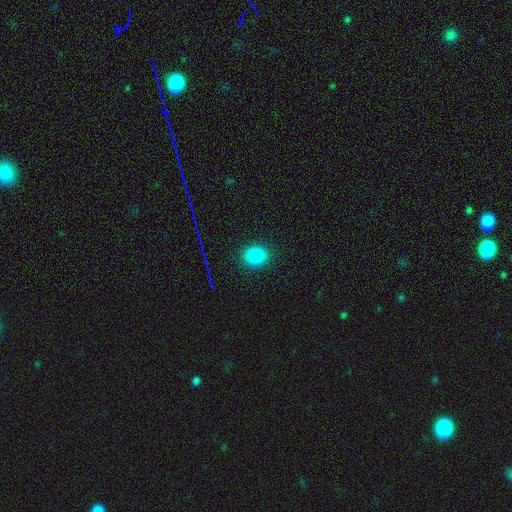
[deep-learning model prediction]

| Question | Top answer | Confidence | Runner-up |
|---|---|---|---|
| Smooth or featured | smooth | 83% | star or artifact (13%) |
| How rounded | round | 59% | in between (39%) |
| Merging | none | 88% | minor disturbance (8%) |